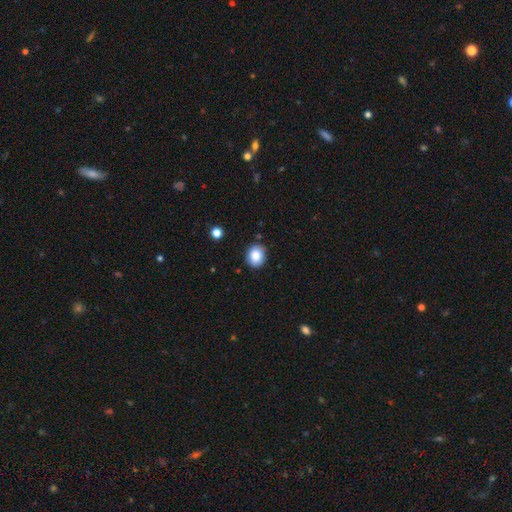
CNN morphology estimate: Smooth or featured: smooth — 85% (star or artifact — 9%)
How rounded: round — 58% (in between — 41%)
Merging: none — 85% (minor disturbance — 11%)